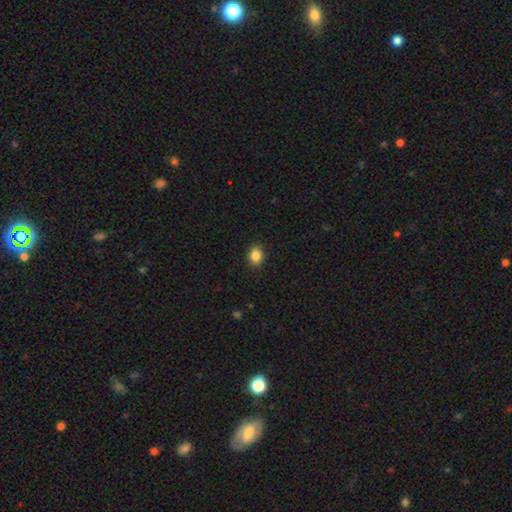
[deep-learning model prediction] This appears to be a smooth galaxy with no disk features (86%) that is round (58%). Merging: none (91%).